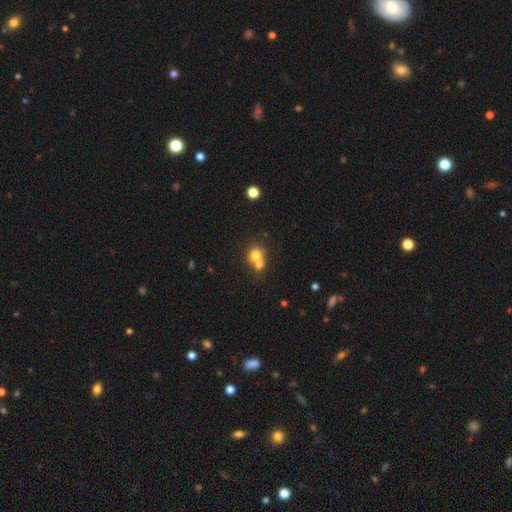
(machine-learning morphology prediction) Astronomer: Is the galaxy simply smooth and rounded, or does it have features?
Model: smooth — 72%.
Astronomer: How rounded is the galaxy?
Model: round — 78%.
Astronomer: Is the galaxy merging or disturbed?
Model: merger — 59%.